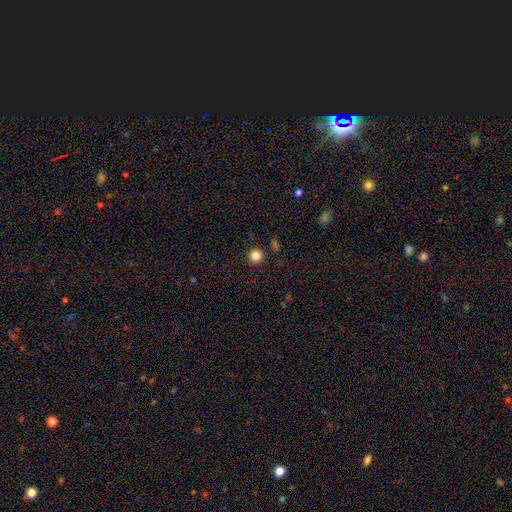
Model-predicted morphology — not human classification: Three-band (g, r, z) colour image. It shows a smooth galaxy with no disk features (85%) that is round (95%). Merging: none (91%).